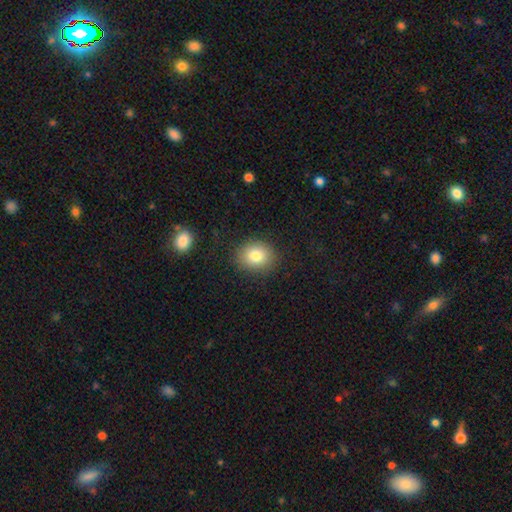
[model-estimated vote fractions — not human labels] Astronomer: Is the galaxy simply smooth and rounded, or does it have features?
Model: smooth — 82%.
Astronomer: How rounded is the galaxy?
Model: round — 60% (runner-up: in between, 39%).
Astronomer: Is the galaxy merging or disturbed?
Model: none — 87%.